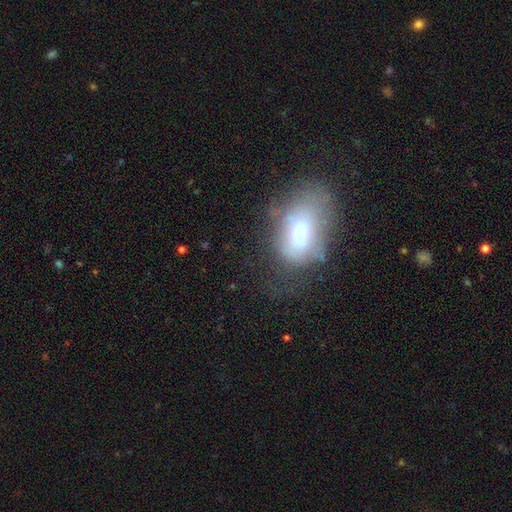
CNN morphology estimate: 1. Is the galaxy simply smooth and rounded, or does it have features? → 45% smooth, 39% featured or disk, 16% star or artifact.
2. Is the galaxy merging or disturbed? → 65% none, 21% minor disturbance, 11% major disturbance, 2% merger.